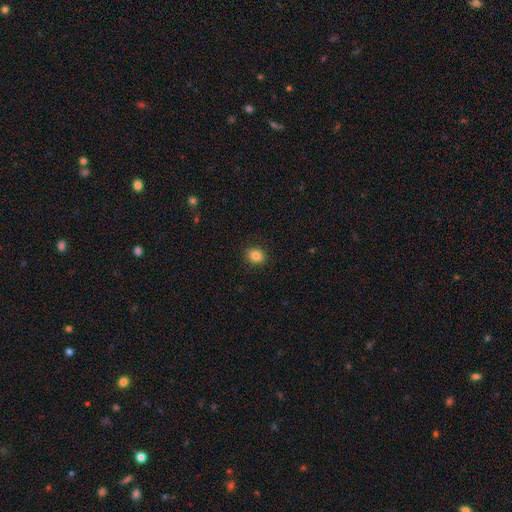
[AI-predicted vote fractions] Smooth or featured? Predicted: smooth (p=0.85). How rounded? Predicted: round (p=0.58). Merging? Predicted: none (p=0.90).